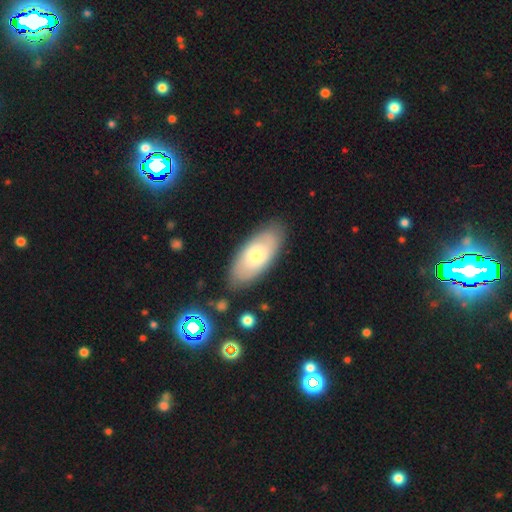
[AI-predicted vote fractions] This appears to be a smooth galaxy with no disk features (59%) that is in between round and cigar-shaped (87%). Merging: none (83%).